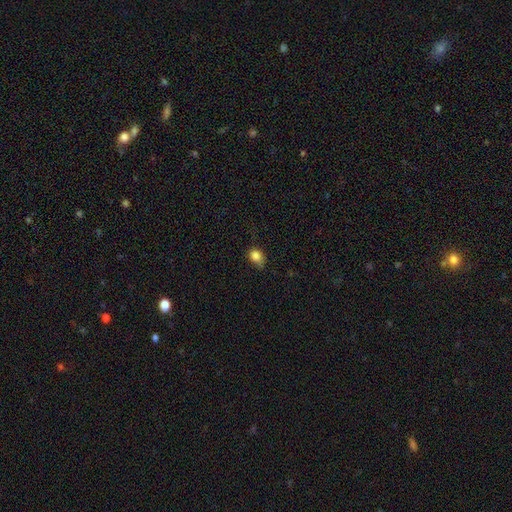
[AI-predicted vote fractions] Overall: smooth (84%). How rounded: in between (52%; round 47%). Merging: none (57%; minor disturbance 33%).